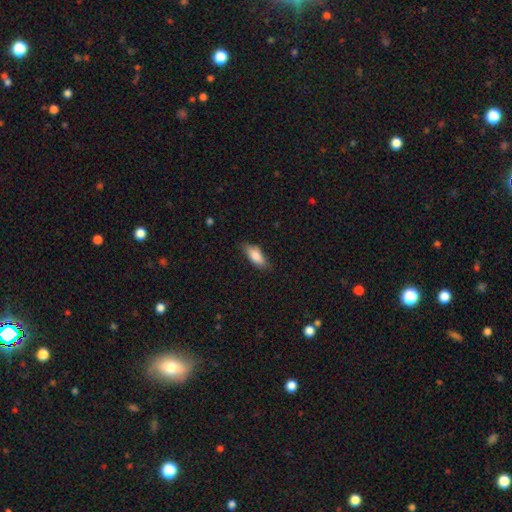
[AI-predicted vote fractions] Smooth or featured? Predicted: smooth (p=0.83). How rounded? Predicted: in between (p=0.79). Merging? Predicted: none (p=0.75).